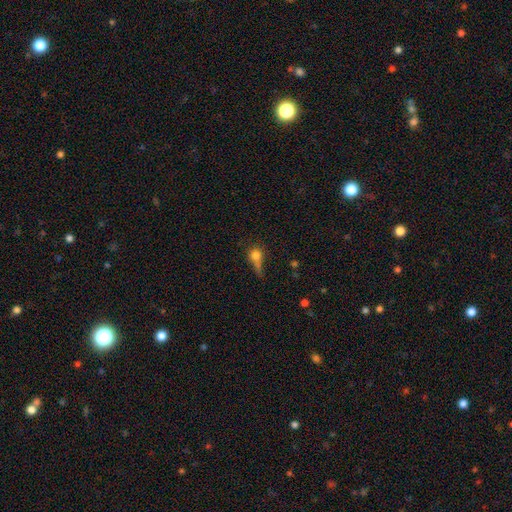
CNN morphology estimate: Q: Smooth or featured?
A: smooth (70%); runner-up: featured or disk (16%)
Q: How rounded?
A: round (65%); runner-up: in between (27%)
Q: Merging?
A: none (34%); runner-up: major disturbance (28%)